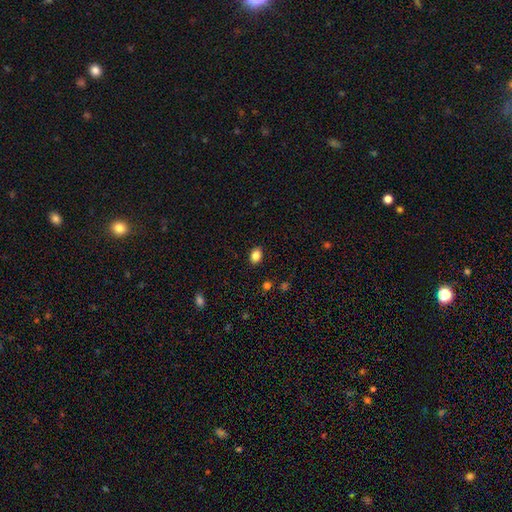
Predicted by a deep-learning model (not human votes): Overall: smooth (85%). How rounded: in between (76%). Merging: none (88%).